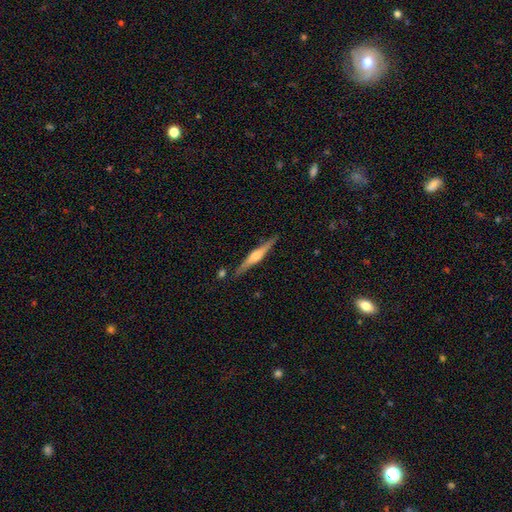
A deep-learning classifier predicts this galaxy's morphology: This appears to be a featured or disk galaxy (69%) viewed edge-on (98%) with a rounded central bulge (79%). Merging: none (86%).